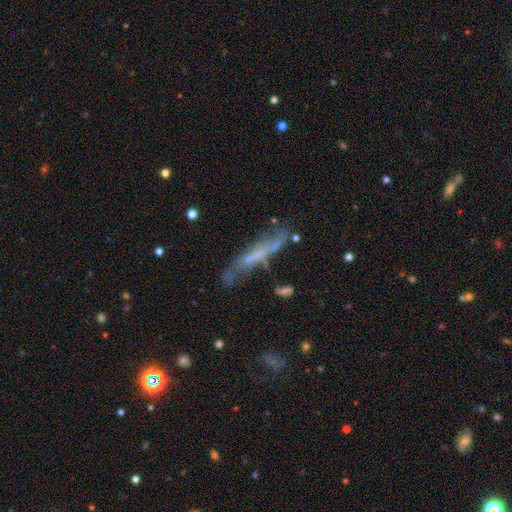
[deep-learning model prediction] smooth_or_featured: featured or disk (p=0.57) [alt: smooth p=0.30]
disk_edge_on: yes (p=0.62) [alt: no p=0.38]
merging: none (p=0.64) [alt: minor disturbance p=0.21]